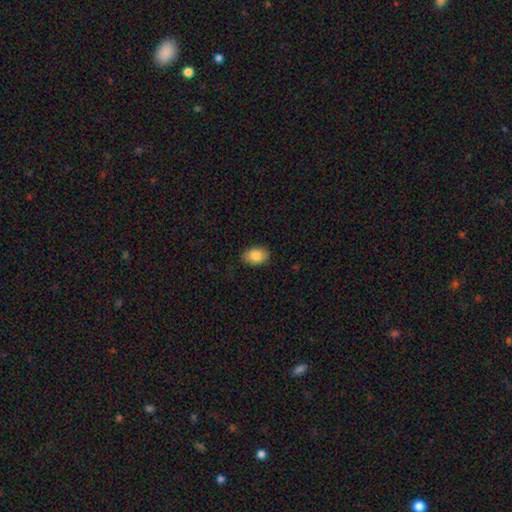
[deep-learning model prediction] Overall: smooth (85%). How rounded: in between (82%). Merging: none (86%).